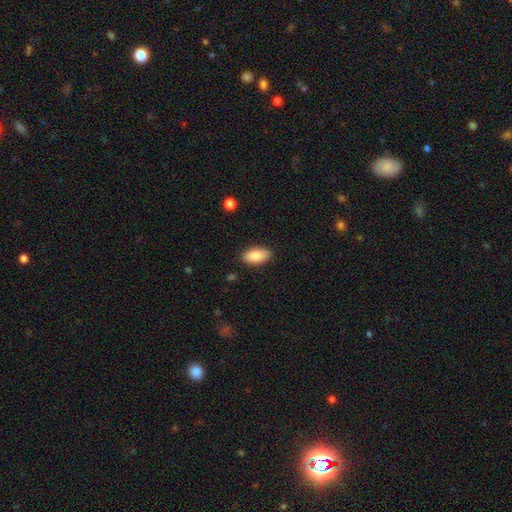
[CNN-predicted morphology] Smooth or featured: smooth — 88% (star or artifact — 6%)
How rounded: in between — 93% (cigar-shaped — 5%)
Merging: none — 88% (minor disturbance — 9%)